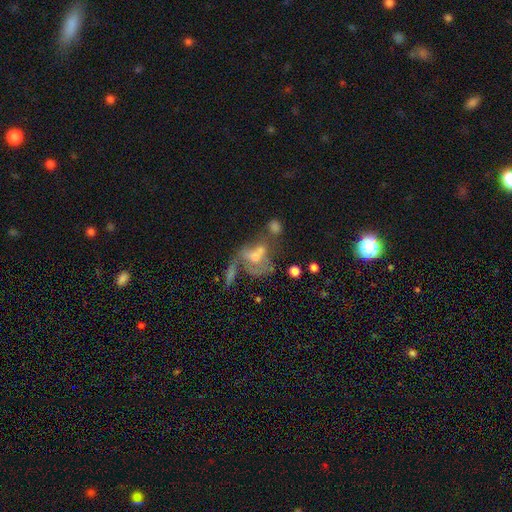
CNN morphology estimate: The model was most divided on "smooth or featured": featured or disk: 49%, smooth: 34%, star or artifact: 17%. Remaining: merging — merger (45%).